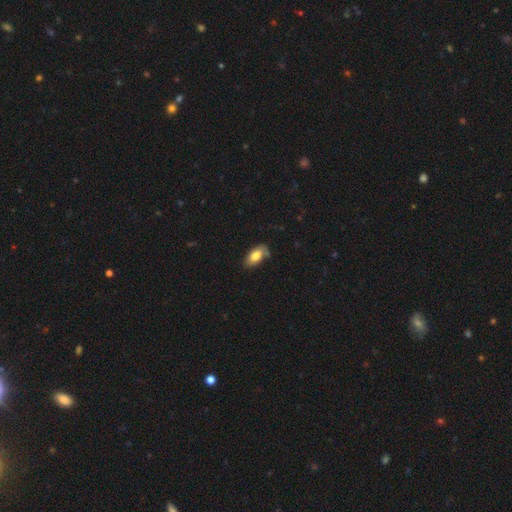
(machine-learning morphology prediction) Smooth or featured? Predicted: smooth (p=0.75). How rounded? Predicted: in between (p=0.92). Merging? Predicted: none (p=0.66).